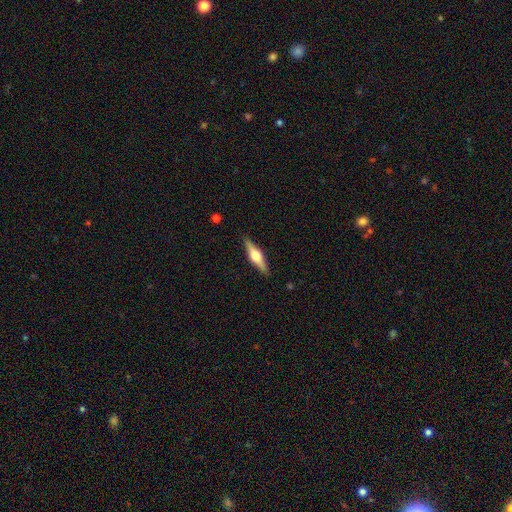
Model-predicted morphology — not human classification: Q: Smooth or featured?
A: featured or disk (65%); runner-up: smooth (29%)
Q: Edge-on disk?
A: yes (96%); runner-up: no (4%)
Q: Edge-on bulge?
A: rounded (94%); runner-up: boxy (4%)
Q: Merging?
A: none (90%); runner-up: minor disturbance (8%)